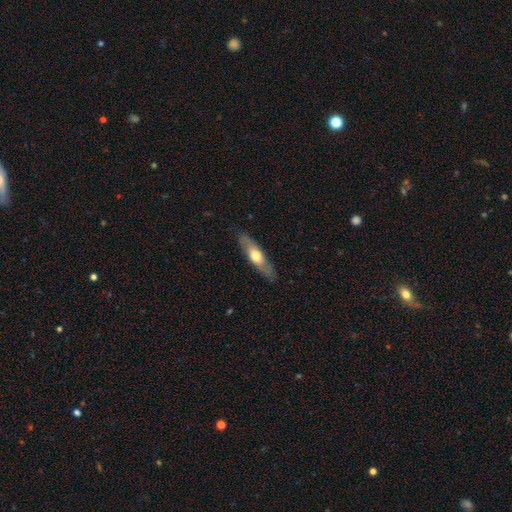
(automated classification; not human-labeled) Smooth or featured?
  - smooth: 51% *
  - featured or disk: 43%
  - star or artifact: 5%
How rounded?
  - cigar-shaped: 64% *
  - in between: 34%
  - round: 2%
Merging?
  - none: 84% *
  - minor disturbance: 12%
  - major disturbance: 3%
  - merger: 1%